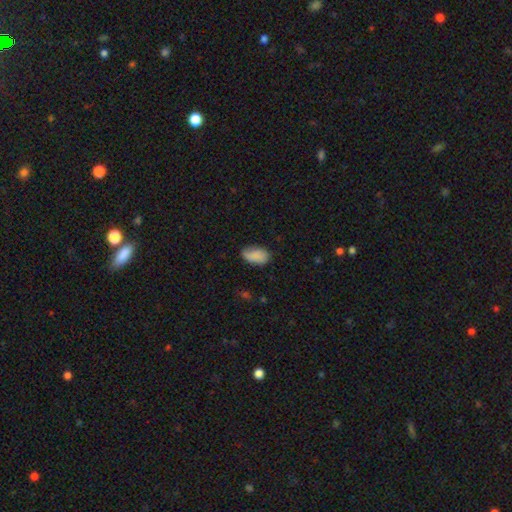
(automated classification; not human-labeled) This is clearly a smooth galaxy (81%). How rounded: clearly in between (92%). Merging: possibly none (58%).